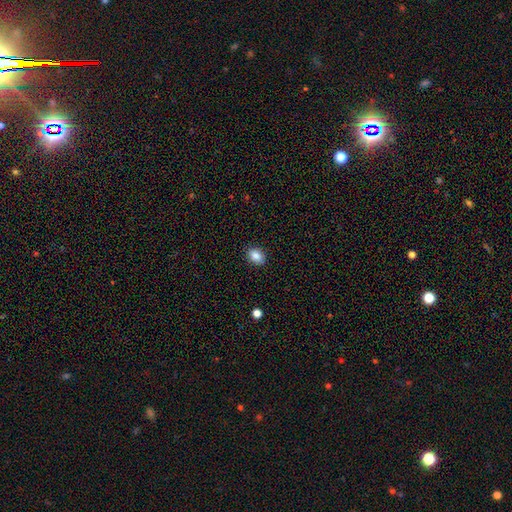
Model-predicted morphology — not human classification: smooth 86%, star or artifact 9%, featured or disk 5%. Down the decision tree: how rounded — in between (69%); merging — none (89%).